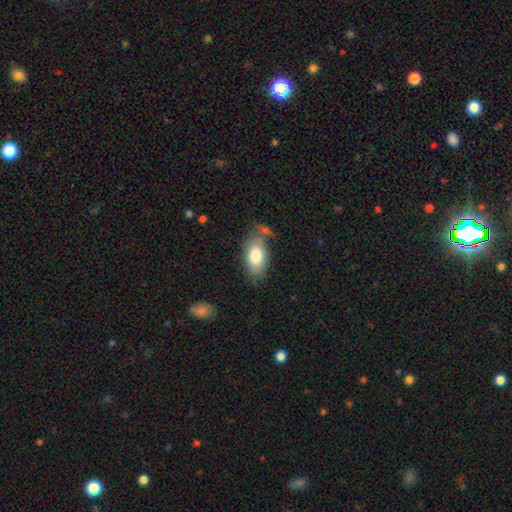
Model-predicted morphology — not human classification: This appears to be a smooth galaxy with no disk features (81%) that is in between round and cigar-shaped (93%). Merging: none (66%).